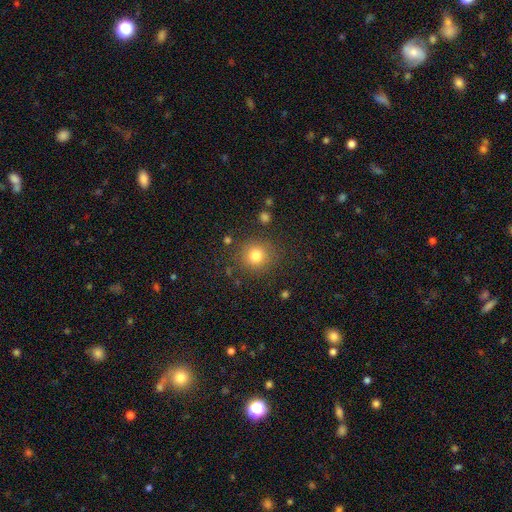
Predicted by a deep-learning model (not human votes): smooth_or_featured: smooth (p=0.80) [alt: star or artifact p=0.12]
how_rounded: round (p=0.91) [alt: in between p=0.08]
merging: none (p=0.85) [alt: minor disturbance p=0.09]